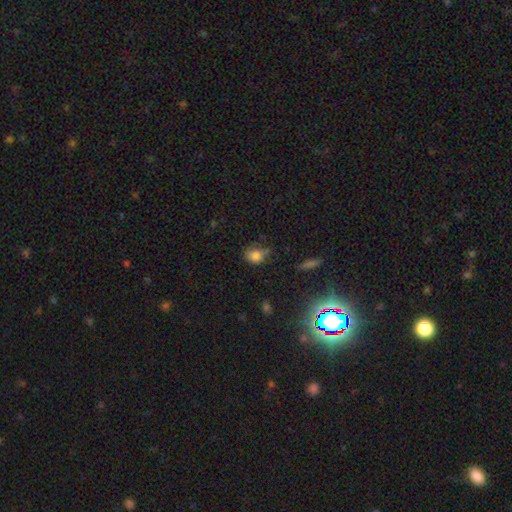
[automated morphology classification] This is likely a smooth galaxy (79%). How rounded: possibly in between (50%). Merging: possibly none (48%).